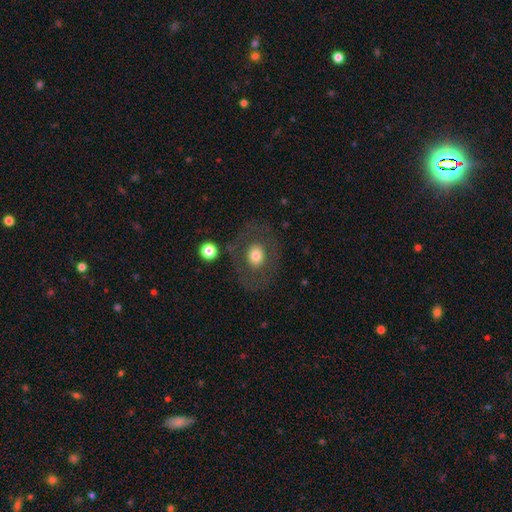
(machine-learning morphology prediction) type=smooth (58%); roundness=round (51%); merging=none (78%).